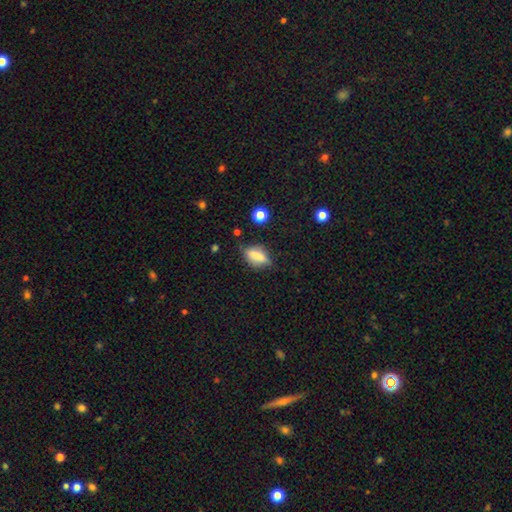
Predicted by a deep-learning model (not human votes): This appears to be a smooth galaxy with no disk features (63%) that is in between round and cigar-shaped (65%). Merging: none (69%).